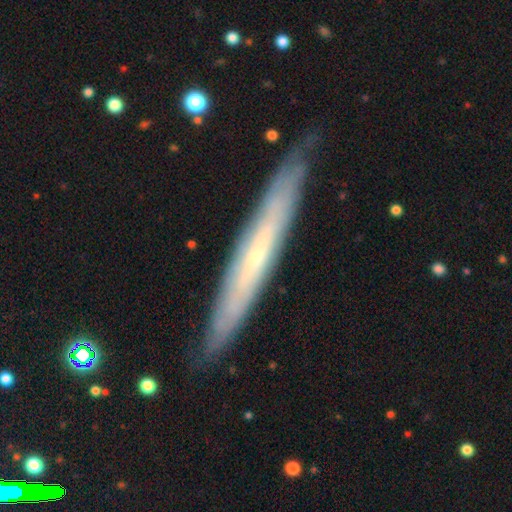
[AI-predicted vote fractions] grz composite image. It shows a featured or disk galaxy (68%) viewed edge-on (78%) with no central bulge (62%). Merging: none (85%).